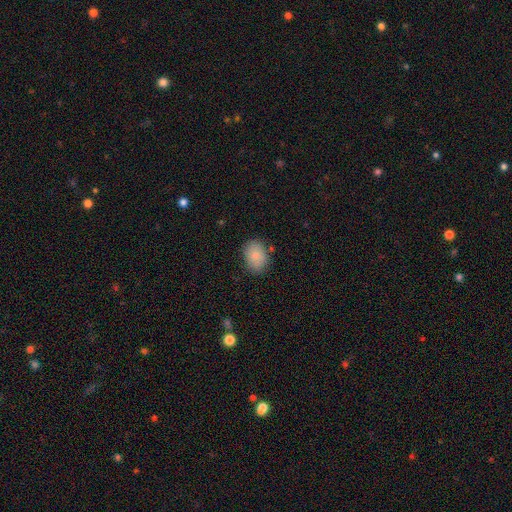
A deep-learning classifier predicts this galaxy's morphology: This appears to be a smooth galaxy with no disk features (82%) that is in between round and cigar-shaped (72%). Merging: none (79%).